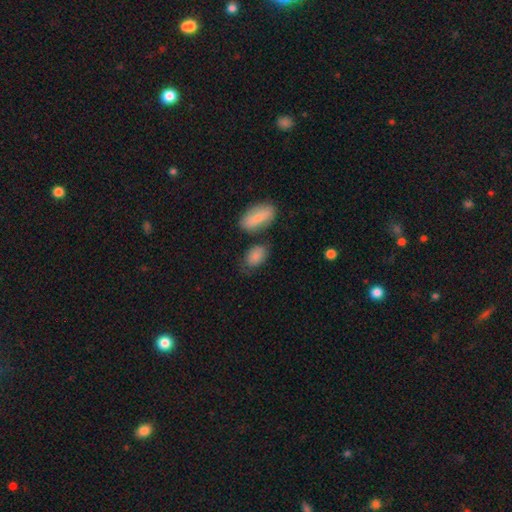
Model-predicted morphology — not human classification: smooth 85%, featured or disk 8%, star or artifact 7%. Down the decision tree: how rounded — in between (88%); merging — none (61%).